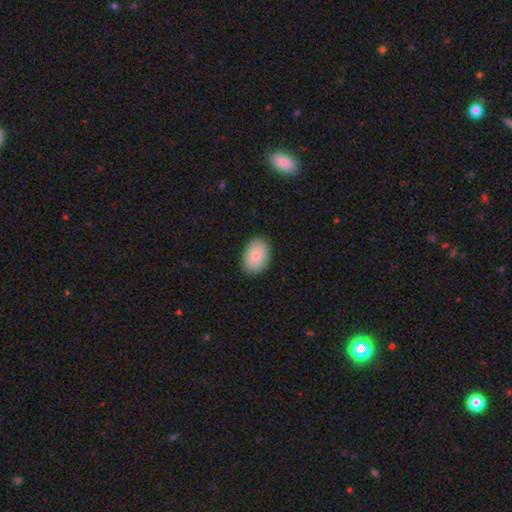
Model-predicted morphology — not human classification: A smooth galaxy with no disk features (87%) that is in between round and cigar-shaped (85%).

Vote fractions:
- Smooth or featured? smooth: 87% / featured or disk: 7% / star or artifact: 6%
- How rounded? in between: 85% / round: 14% / cigar-shaped: 1%
- Merging? none: 88% / minor disturbance: 9% / major disturbance: 2% / merger: 1%